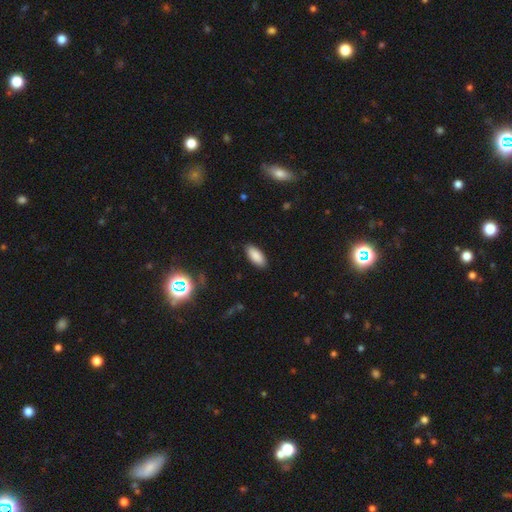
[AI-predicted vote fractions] smooth 88%, star or artifact 7%, featured or disk 5%. Down the decision tree: how rounded — in between (87%); merging — none (89%).